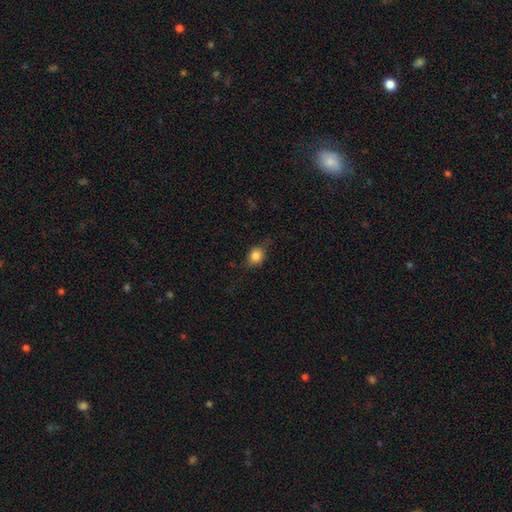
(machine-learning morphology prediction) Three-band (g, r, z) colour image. It shows a smooth galaxy with no disk features (79%) that is round (62%). Merging: none (67%).